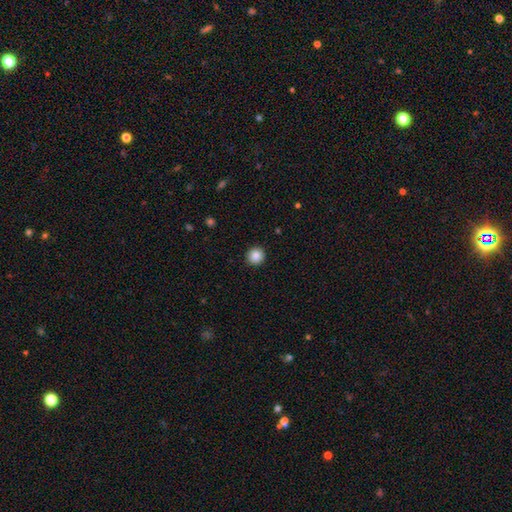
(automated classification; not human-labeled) Overall: smooth (87%). How rounded: round (94%). Merging: none (92%).